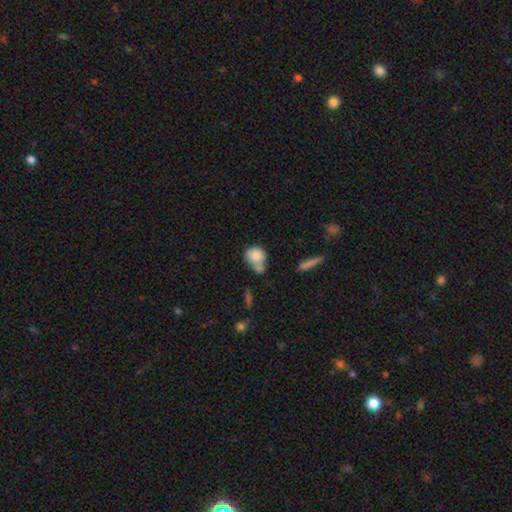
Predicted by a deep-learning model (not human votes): A smooth galaxy with no disk features (80%) that is round (68%).

Vote fractions:
- Smooth or featured? smooth: 80% / featured or disk: 12% / star or artifact: 8%
- How rounded? round: 68% / in between: 31% / cigar-shaped: 2%
- Merging? merger: 38% / none: 36% / minor disturbance: 18% / major disturbance: 8%